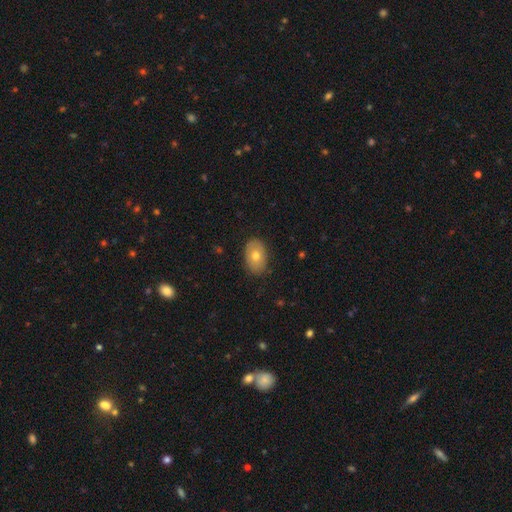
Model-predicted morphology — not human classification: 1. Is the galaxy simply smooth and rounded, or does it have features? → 69% smooth, 23% featured or disk, 8% star or artifact.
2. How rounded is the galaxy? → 85% in between, 13% round, 1% cigar-shaped.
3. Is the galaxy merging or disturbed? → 84% none, 13% minor disturbance, 3% major disturbance, 1% merger.